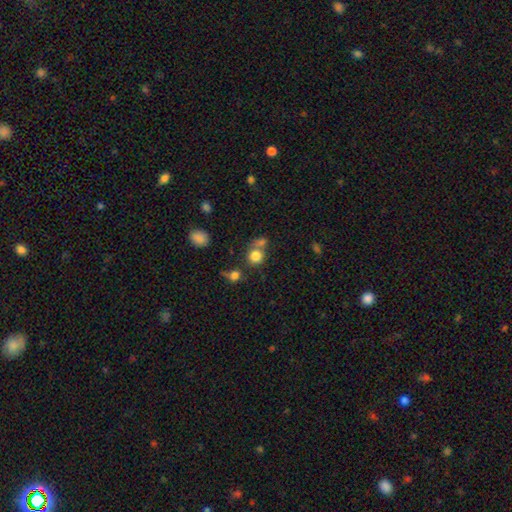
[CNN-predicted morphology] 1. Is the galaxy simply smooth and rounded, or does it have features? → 80% smooth, 12% star or artifact, 8% featured or disk.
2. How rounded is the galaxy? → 84% round, 14% in between, 1% cigar-shaped.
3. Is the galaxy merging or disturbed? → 52% none, 33% merger, 10% minor disturbance, 5% major disturbance.